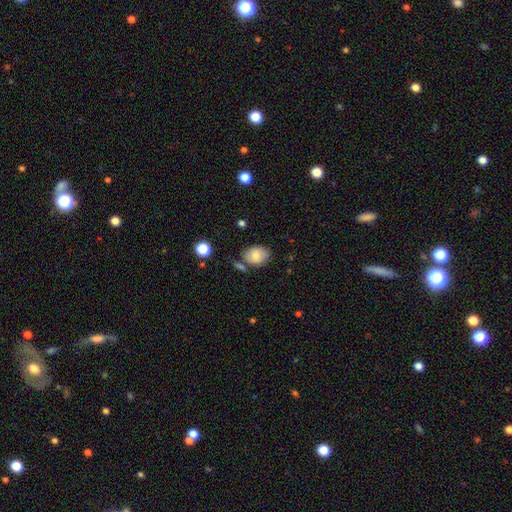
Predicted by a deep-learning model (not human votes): The model was most divided on "how rounded": in between: 62%, round: 37%, cigar-shaped: 1%. More confident: smooth or featured — smooth (75%); merging — none (65%).